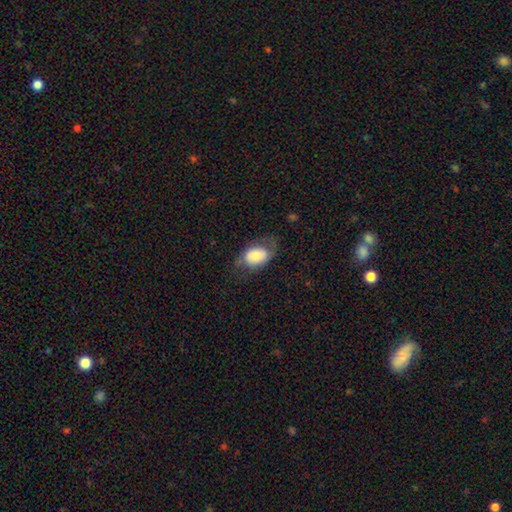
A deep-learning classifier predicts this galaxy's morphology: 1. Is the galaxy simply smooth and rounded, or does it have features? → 69% smooth, 24% featured or disk, 8% star or artifact.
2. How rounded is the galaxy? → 84% in between, 15% round, 1% cigar-shaped.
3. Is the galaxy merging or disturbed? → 52% none, 28% minor disturbance, 18% major disturbance, 2% merger.